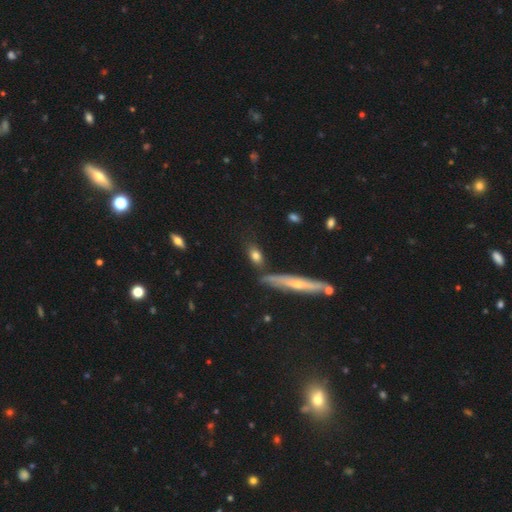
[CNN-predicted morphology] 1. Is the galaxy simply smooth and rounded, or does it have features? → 74% smooth, 18% featured or disk, 8% star or artifact.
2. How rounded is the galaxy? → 68% in between, 22% cigar-shaped, 10% round.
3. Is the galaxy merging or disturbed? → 70% none, 16% minor disturbance, 9% merger, 5% major disturbance.